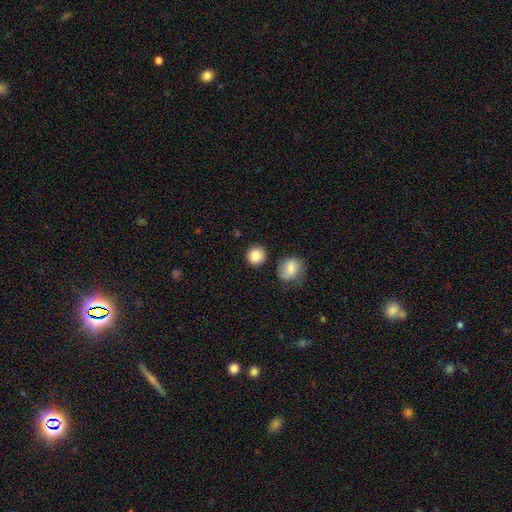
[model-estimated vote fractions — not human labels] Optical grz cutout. It shows a smooth galaxy with no disk features (88%) that is round (92%). Merging: none (85%).